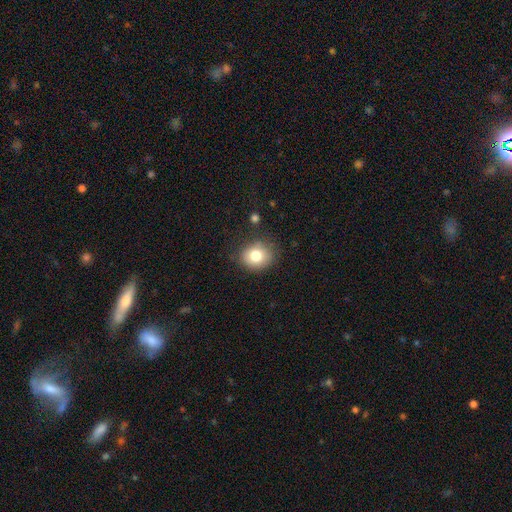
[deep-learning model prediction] smooth 79%, featured or disk 11%, star or artifact 10%. Down the decision tree: how rounded — round (66%); merging — none (79%).